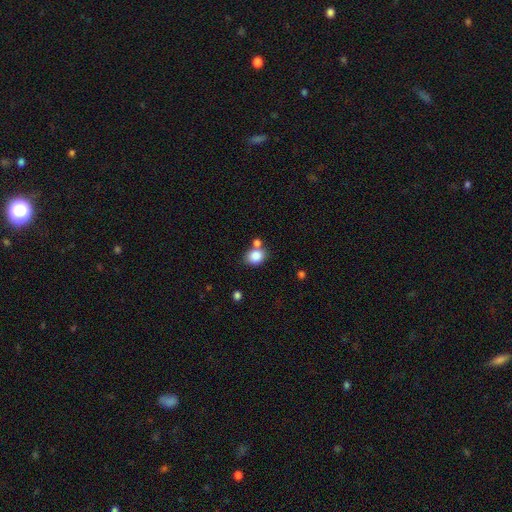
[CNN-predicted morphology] smooth_or_featured: smooth (p=0.84) [alt: star or artifact p=0.09]
how_rounded: round (p=0.53) [alt: in between p=0.46]
merging: none (p=0.57) [alt: merger p=0.26]